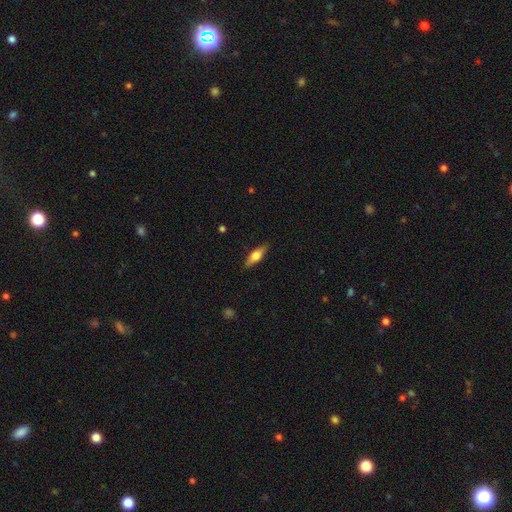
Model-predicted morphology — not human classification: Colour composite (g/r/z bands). It shows a smooth galaxy with no disk features (51%) that is in between round and cigar-shaped (51%). Merging: none (87%).